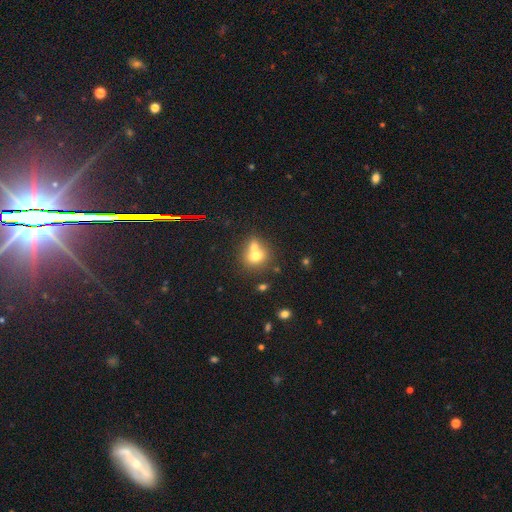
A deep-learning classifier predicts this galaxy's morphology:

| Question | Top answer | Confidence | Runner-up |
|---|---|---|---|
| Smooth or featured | smooth | 68% | featured or disk (19%) |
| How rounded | round | 66% | in between (33%) |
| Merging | merger | 58% | none (31%) |